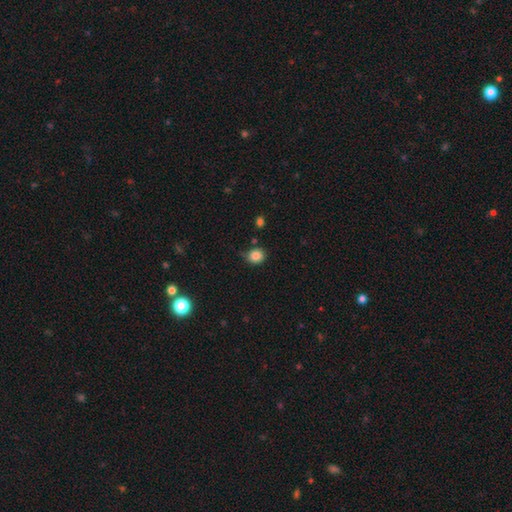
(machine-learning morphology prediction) smooth_or_featured: smooth (p=0.85) [alt: star or artifact p=0.11]
how_rounded: round (p=0.78) [alt: in between p=0.21]
merging: none (p=0.72) [alt: minor disturbance p=0.20]